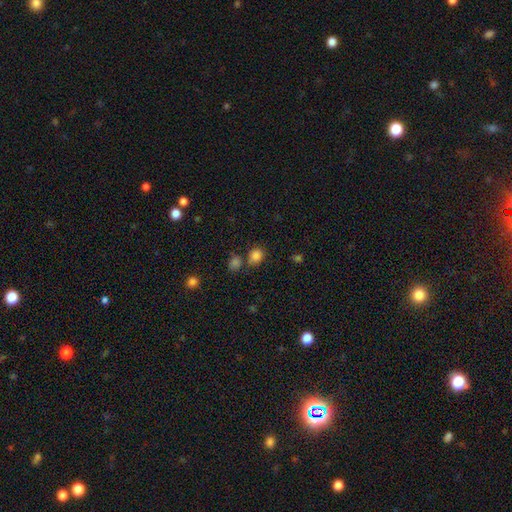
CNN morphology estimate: A smooth galaxy with no disk features (82%) that is round (69%). Merging: none (66%).